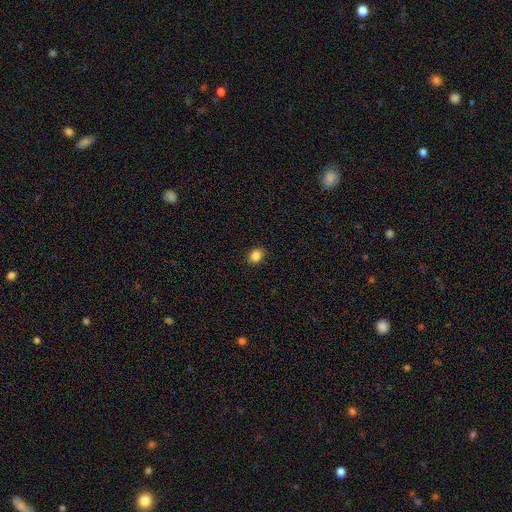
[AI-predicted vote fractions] Morphology: type=smooth (86%); roundness=in between (51%); merging=none (89%).